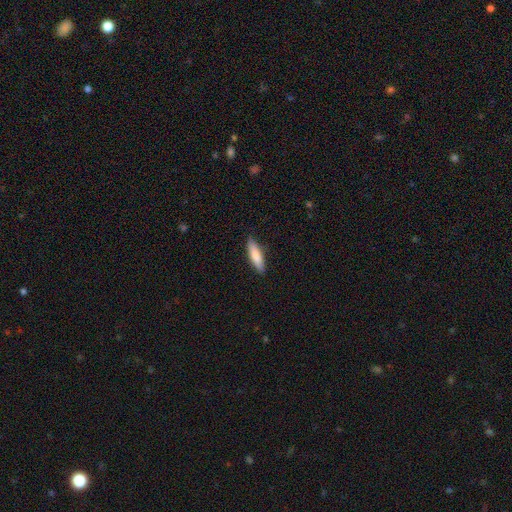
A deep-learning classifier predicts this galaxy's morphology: Overall: smooth (80%). How rounded: cigar-shaped (69%; in between 30%). Merging: none (87%).